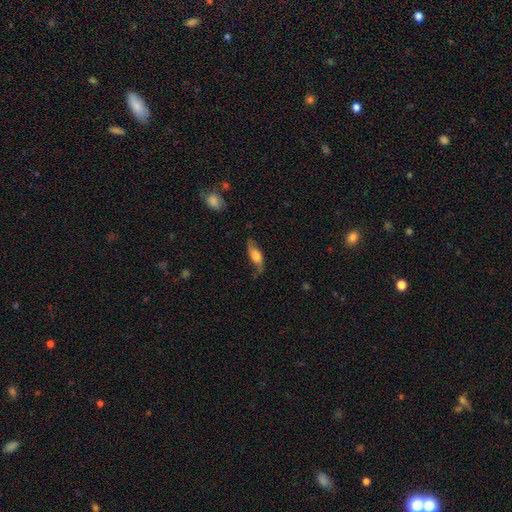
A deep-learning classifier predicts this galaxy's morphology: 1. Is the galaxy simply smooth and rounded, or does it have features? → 49% smooth, 43% featured or disk, 8% star or artifact.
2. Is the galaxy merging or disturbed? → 62% none, 26% minor disturbance, 10% major disturbance, 2% merger.